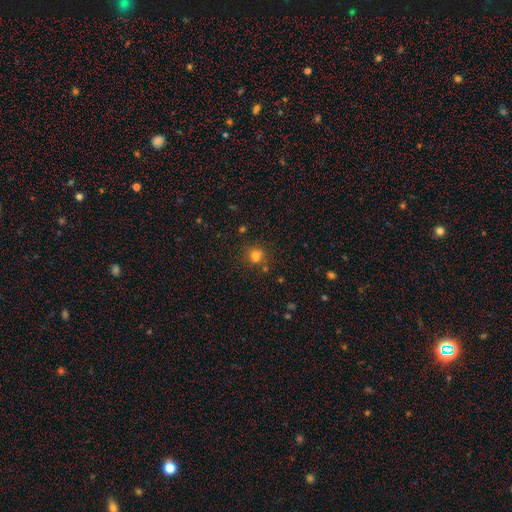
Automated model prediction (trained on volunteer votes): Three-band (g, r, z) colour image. It shows a smooth galaxy with no disk features (76%) that is round (78%). Merging: none (72%).